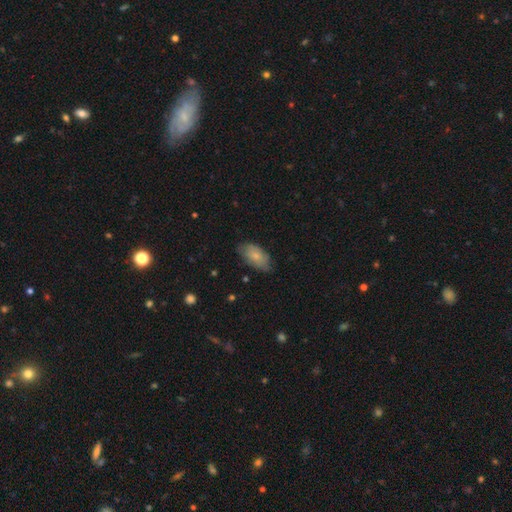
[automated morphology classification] Smooth or featured?
  - smooth: 76% *
  - featured or disk: 18%
  - star or artifact: 6%
How rounded?
  - in between: 93% *
  - cigar-shaped: 3%
  - round: 3%
Merging?
  - none: 72% *
  - minor disturbance: 23%
  - major disturbance: 4%
  - merger: 1%